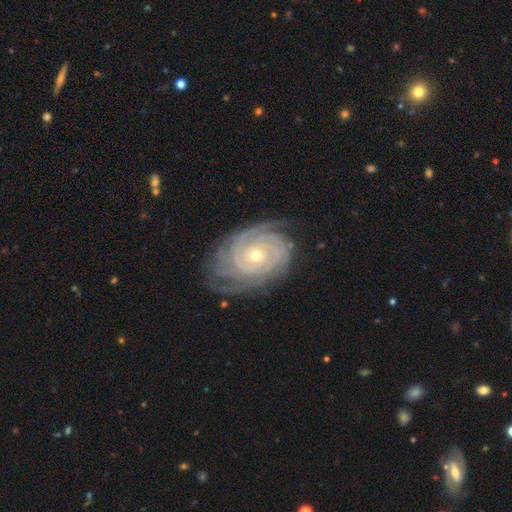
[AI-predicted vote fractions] Smooth or featured? featured or disk (91%)
Edge-on disk? no (97%)
Bar? no (75%)
Spiral arms? yes (98%)
Spiral winding? tight (86%)
Spiral arm count? 4 (22%, tied with can't tell)
Bulge size? small (58%)
Merging? none (73%)